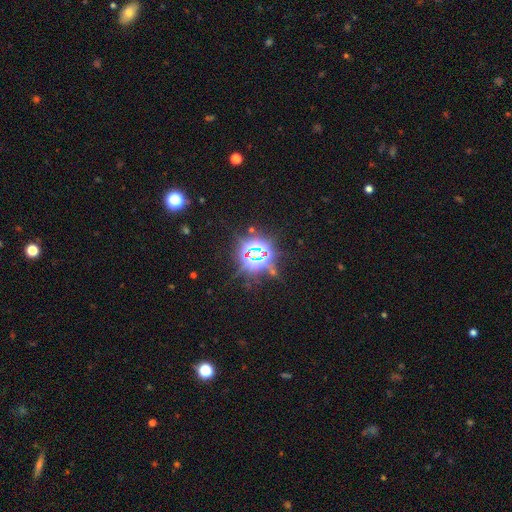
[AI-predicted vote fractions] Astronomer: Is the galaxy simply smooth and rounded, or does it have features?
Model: star or artifact — 83%.